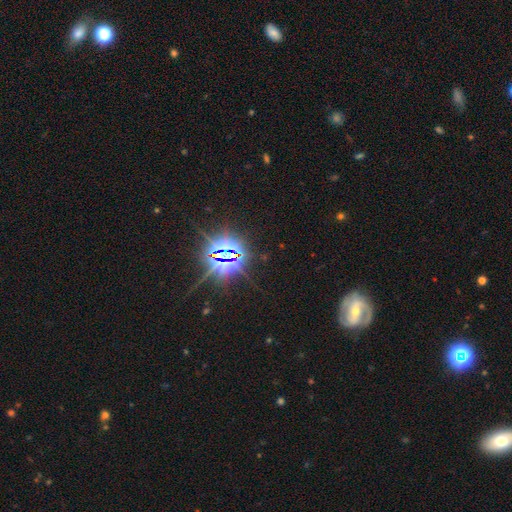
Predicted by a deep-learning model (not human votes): smooth_or_featured: star or artifact (p=0.81) [alt: featured or disk p=0.11]